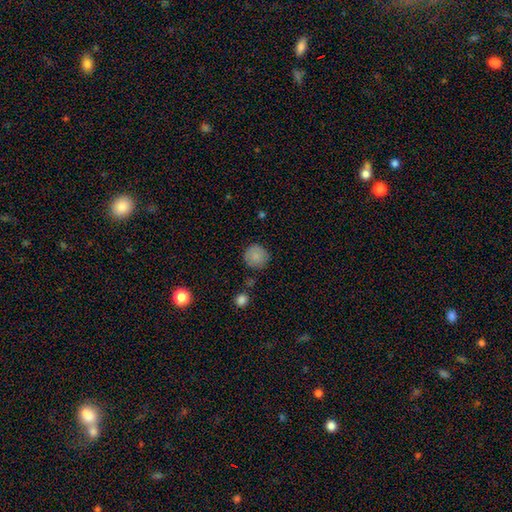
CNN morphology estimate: smooth 84%, star or artifact 9%, featured or disk 8%. Down the decision tree: how rounded — round (93%); merging — none (81%).